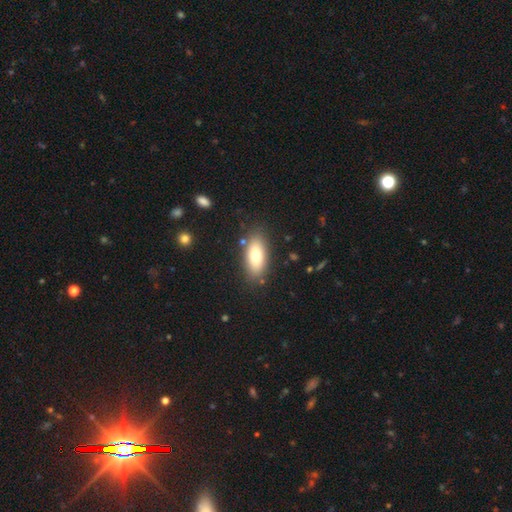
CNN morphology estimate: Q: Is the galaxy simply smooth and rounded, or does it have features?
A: smooth — 76%.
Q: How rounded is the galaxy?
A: in between — 85%.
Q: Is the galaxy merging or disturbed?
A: none — 83%.